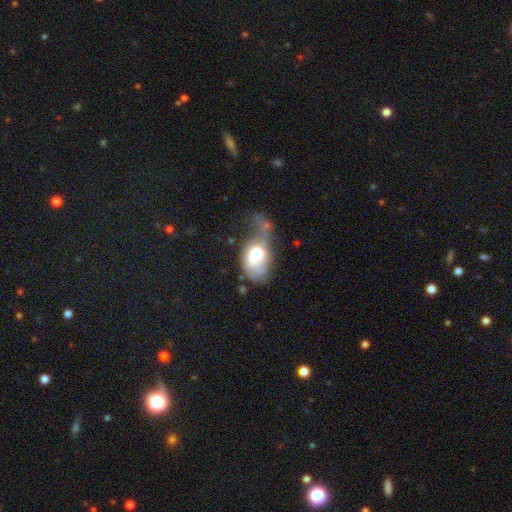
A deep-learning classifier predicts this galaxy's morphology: A smooth galaxy with no disk features (43%). Merging: major disturbance (40%).